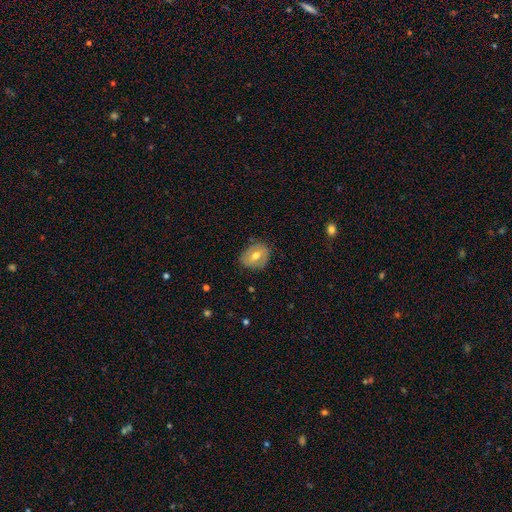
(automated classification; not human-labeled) Q: Smooth or featured?
A: smooth (56%); runner-up: featured or disk (37%)
Q: How rounded?
A: in between (57%); runner-up: round (42%)
Q: Merging?
A: none (79%); runner-up: minor disturbance (16%)